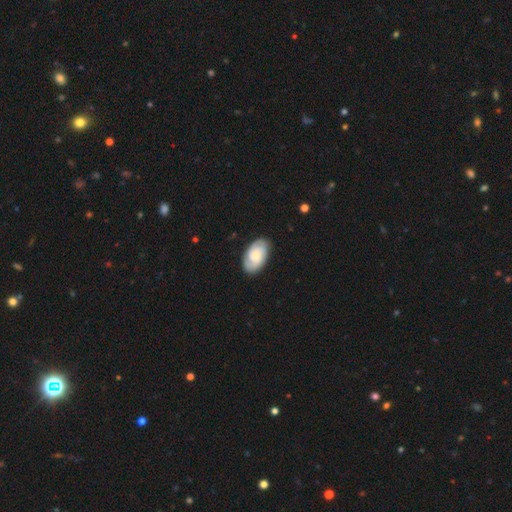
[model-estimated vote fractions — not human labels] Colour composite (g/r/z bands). It shows a featured or disk galaxy (59%) with no bar (72%), 2 (53%) tight (58%) spiral arms (91%) and a small central bulge (60%). Merging: none (83%).